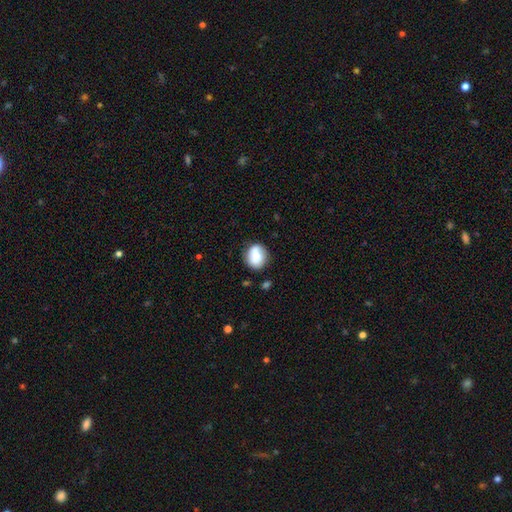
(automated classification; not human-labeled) smooth_or_featured: smooth (p=0.69) [alt: featured or disk p=0.23]
how_rounded: round (p=0.65) [alt: in between p=0.34]
merging: none (p=0.69) [alt: minor disturbance p=0.18]